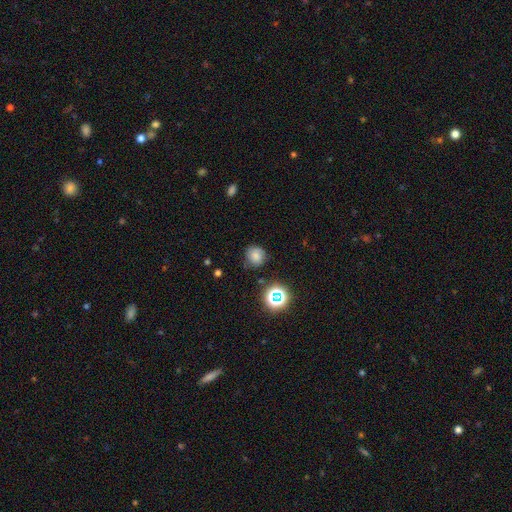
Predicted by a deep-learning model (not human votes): smooth_or_featured: smooth (p=0.73) [alt: star or artifact p=0.17]
how_rounded: round (p=0.87) [alt: in between p=0.12]
merging: none (p=0.76) [alt: minor disturbance p=0.17]